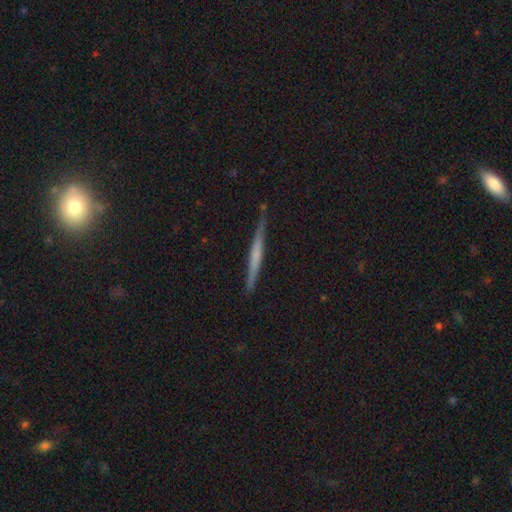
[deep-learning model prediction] A featured or disk galaxy (55%) viewed edge-on (97%) with no central bulge (65%).

Vote fractions:
- Smooth or featured? featured or disk: 55% / smooth: 39% / star or artifact: 6%
- Edge-on disk? yes: 97% / no: 3%
- Edge-on bulge? none: 65% / rounded: 22% / boxy: 13%
- Merging? none: 85% / minor disturbance: 12% / major disturbance: 2% / merger: 2%